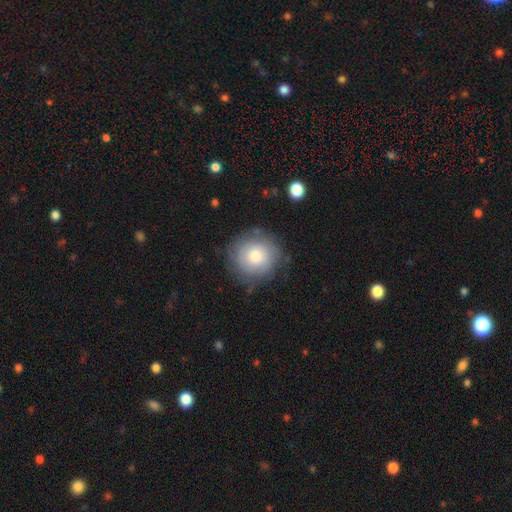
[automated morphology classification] A smooth galaxy with no disk features (68%) that is round (92%). Merging: none (78%).